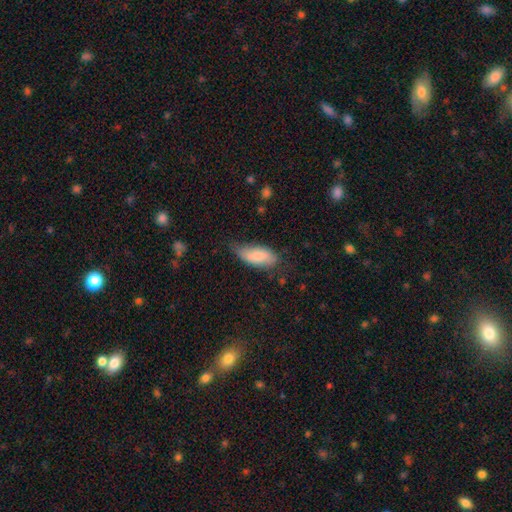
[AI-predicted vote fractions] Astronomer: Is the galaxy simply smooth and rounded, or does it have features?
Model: smooth — 79%.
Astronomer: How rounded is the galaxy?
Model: in between — 86%.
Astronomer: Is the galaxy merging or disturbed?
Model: none — 51% (runner-up: minor disturbance, 38%).